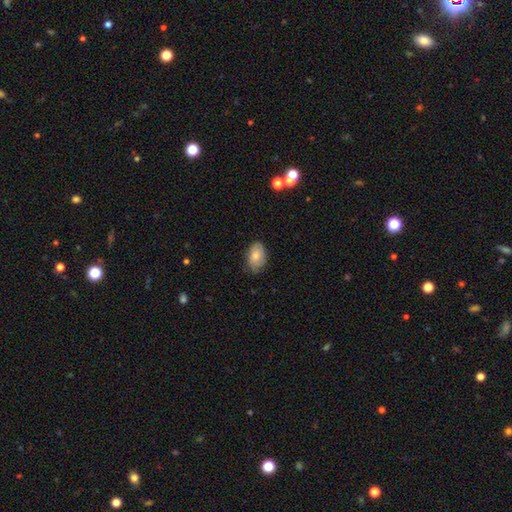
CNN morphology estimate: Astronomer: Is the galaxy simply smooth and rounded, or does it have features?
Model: smooth — 51% (runner-up: featured or disk, 40%).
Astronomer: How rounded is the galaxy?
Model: in between — 86%.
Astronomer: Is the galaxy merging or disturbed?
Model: none — 72%.